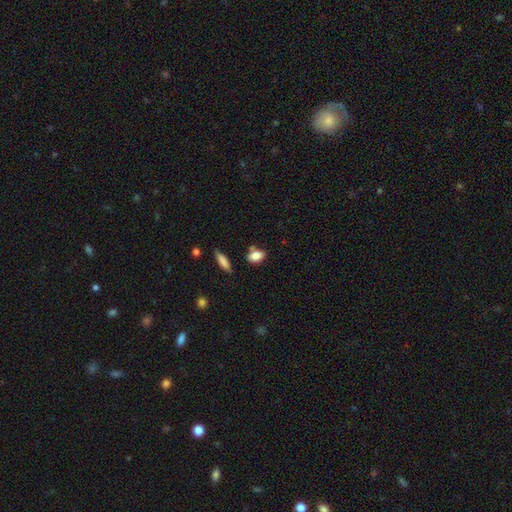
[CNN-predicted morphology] type=smooth (81%); roundness=in between (83%); merging=none (72%).